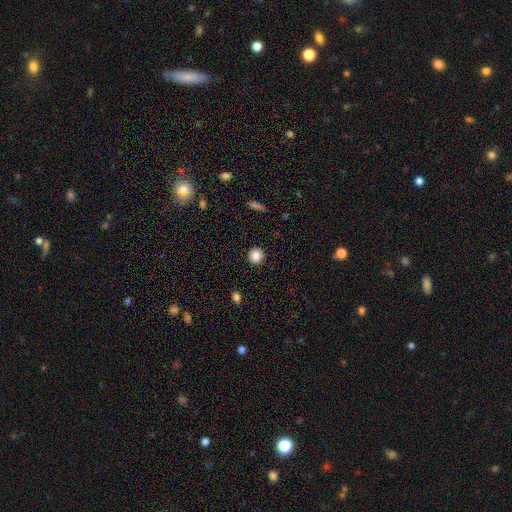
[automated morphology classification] type=smooth (86%); roundness=round (91%); merging=none (92%).